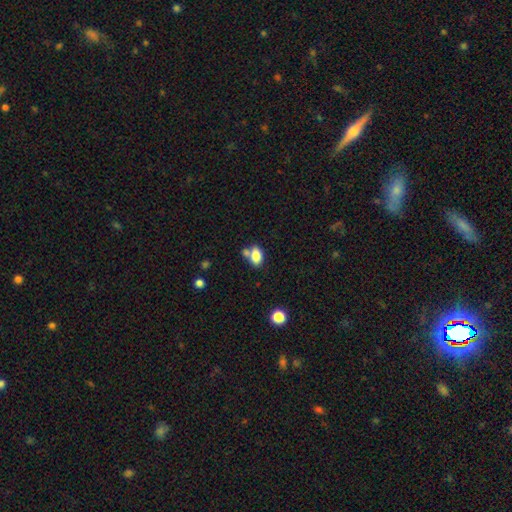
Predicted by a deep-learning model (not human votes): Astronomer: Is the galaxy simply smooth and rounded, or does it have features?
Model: smooth — 81%.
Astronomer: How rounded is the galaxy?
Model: in between — 87%.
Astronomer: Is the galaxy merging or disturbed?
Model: none — 51% (runner-up: merger, 31%).